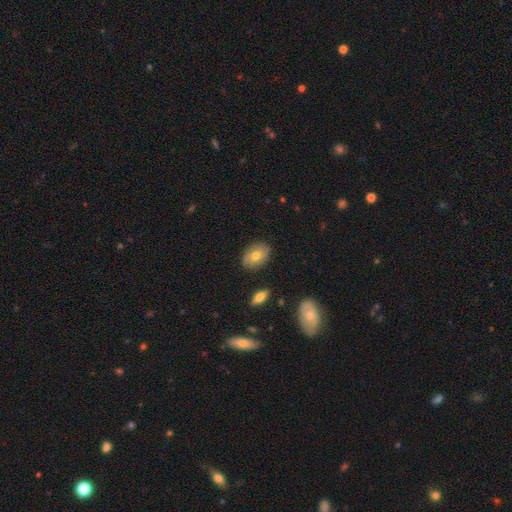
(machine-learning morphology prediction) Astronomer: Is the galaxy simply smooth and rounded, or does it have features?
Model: smooth — 69%.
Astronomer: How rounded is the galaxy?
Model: in between — 79%.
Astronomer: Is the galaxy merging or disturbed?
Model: none — 85%.